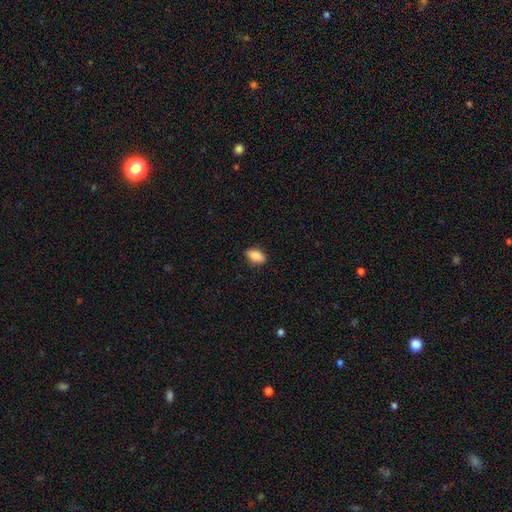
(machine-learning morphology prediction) A smooth galaxy with no disk features (87%) that is in between round and cigar-shaped (89%). Merging: none (88%).